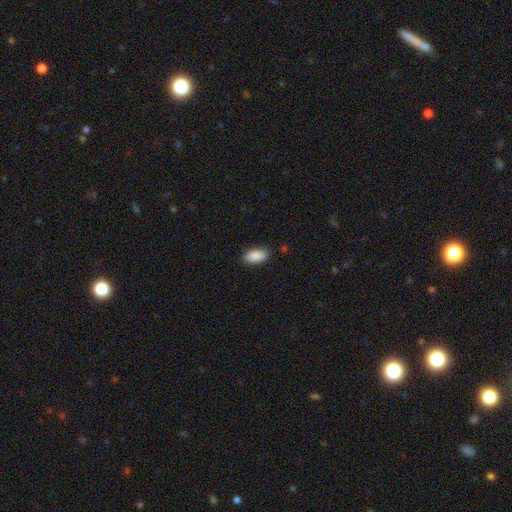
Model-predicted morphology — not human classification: Q: Smooth or featured?
A: smooth (89%); runner-up: star or artifact (7%)
Q: How rounded?
A: in between (92%); runner-up: cigar-shaped (5%)
Q: Merging?
A: none (86%); runner-up: minor disturbance (11%)